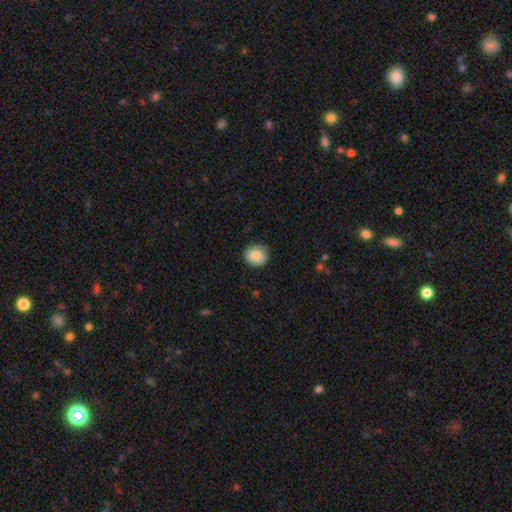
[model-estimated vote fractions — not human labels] smooth_or_featured: smooth (p=0.85) [alt: star or artifact p=0.08]
how_rounded: round (p=0.87) [alt: in between p=0.12]
merging: none (p=0.85) [alt: minor disturbance p=0.11]